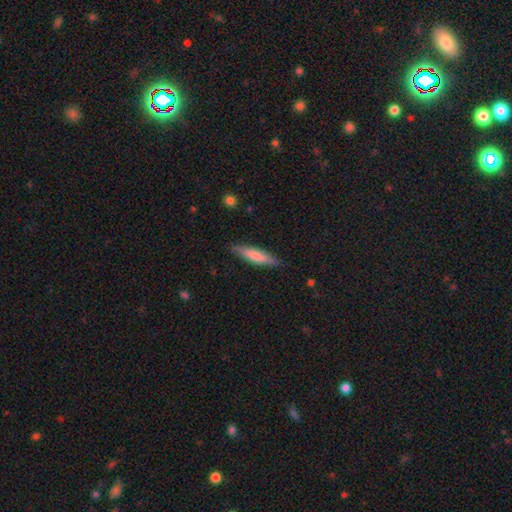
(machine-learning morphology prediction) This is likely a smooth galaxy (70%). How rounded: clearly cigar-shaped (83%). Merging: clearly none (85%).